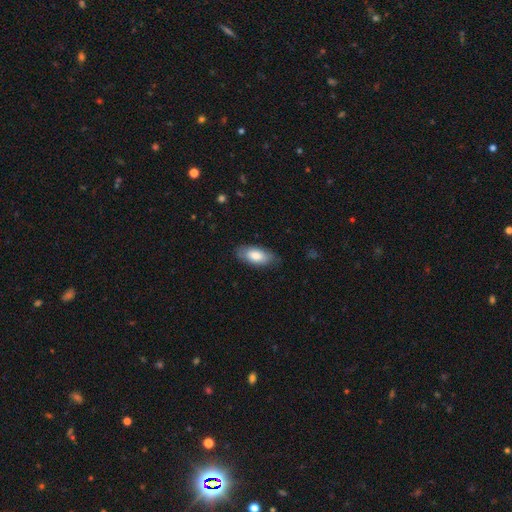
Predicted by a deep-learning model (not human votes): Smooth or featured?
  - smooth: 81% *
  - featured or disk: 13%
  - star or artifact: 6%
How rounded?
  - in between: 90% *
  - cigar-shaped: 8%
  - round: 2%
Merging?
  - none: 81% *
  - minor disturbance: 15%
  - major disturbance: 3%
  - merger: 1%